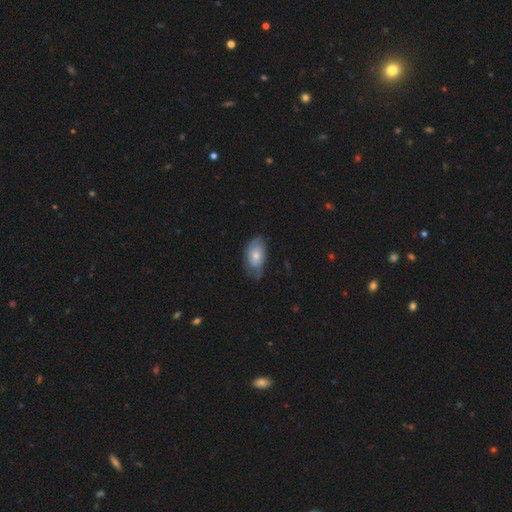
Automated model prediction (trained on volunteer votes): smooth_or_featured: smooth (p=0.56) [alt: featured or disk p=0.38]
how_rounded: in between (p=0.91) [alt: round p=0.07]
merging: none (p=0.52) [alt: minor disturbance p=0.35]